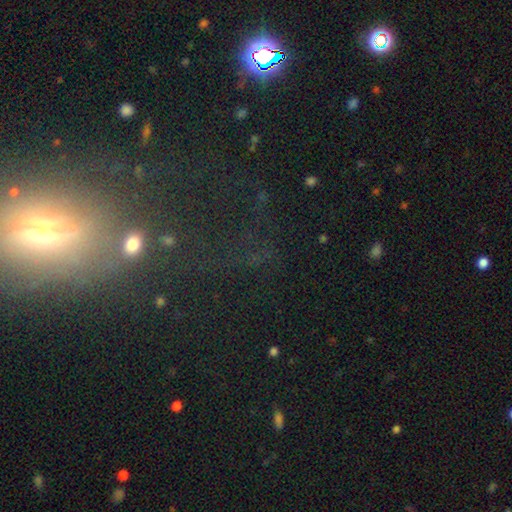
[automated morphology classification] The model was most divided on "smooth or featured": star or artifact: 53%, smooth: 27%, featured or disk: 21%.